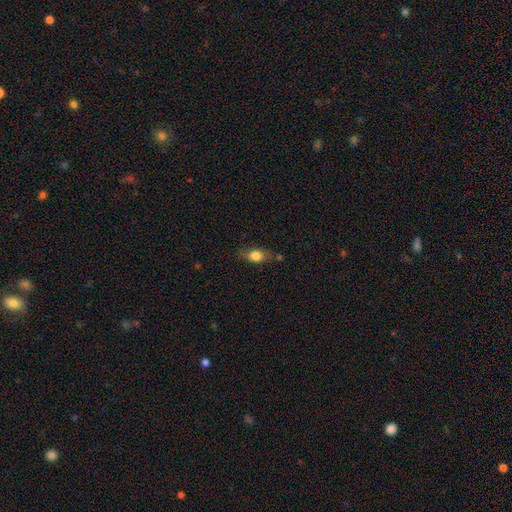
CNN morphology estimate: Overall: smooth (74%). How rounded: in between (72%). Merging: none (68%).